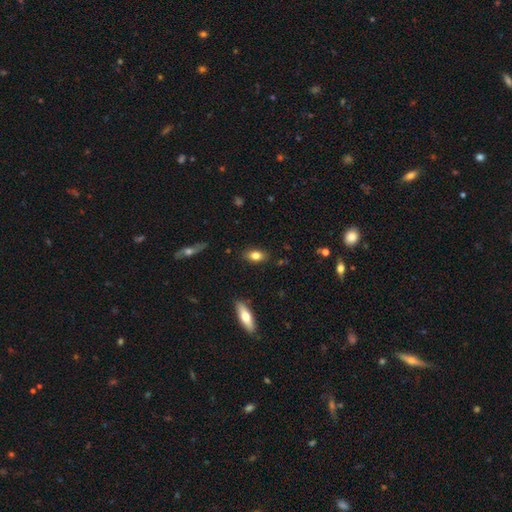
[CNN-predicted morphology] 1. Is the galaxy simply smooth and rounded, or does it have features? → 81% smooth, 11% featured or disk, 8% star or artifact.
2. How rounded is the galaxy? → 84% in between, 11% round, 5% cigar-shaped.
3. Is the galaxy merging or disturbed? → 85% none, 11% minor disturbance, 2% major disturbance, 2% merger.